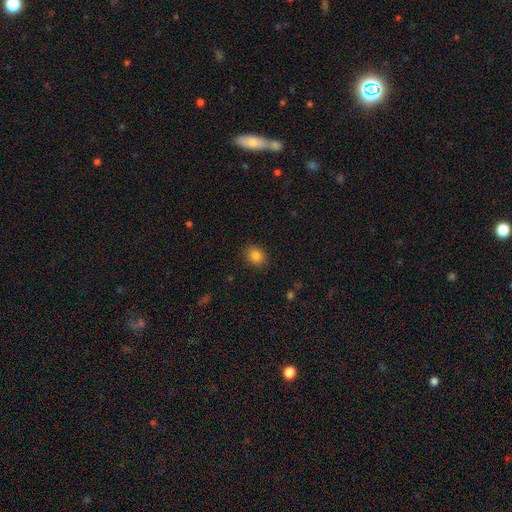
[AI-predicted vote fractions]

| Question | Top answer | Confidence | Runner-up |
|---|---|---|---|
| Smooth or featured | smooth | 84% | star or artifact (11%) |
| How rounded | round | 59% | in between (40%) |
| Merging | none | 89% | minor disturbance (7%) |